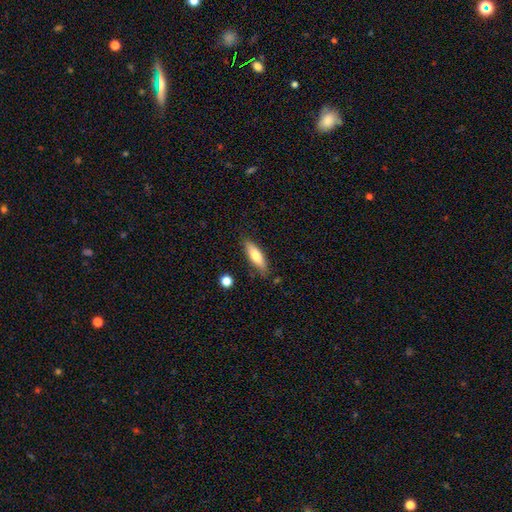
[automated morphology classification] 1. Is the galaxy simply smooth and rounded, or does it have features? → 71% smooth, 23% featured or disk, 6% star or artifact.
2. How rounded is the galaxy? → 56% cigar-shaped, 42% in between, 2% round.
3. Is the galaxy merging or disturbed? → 79% none, 15% minor disturbance, 3% major disturbance, 3% merger.